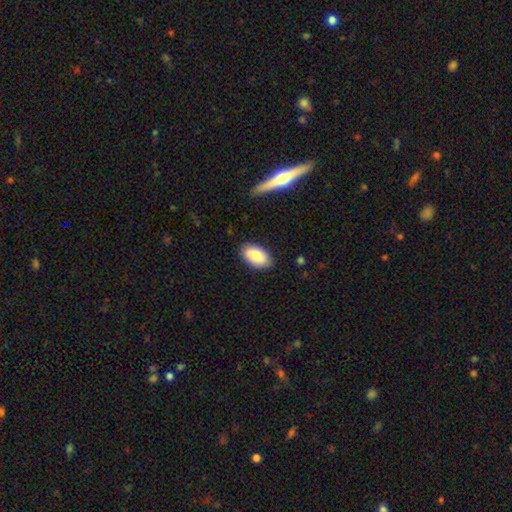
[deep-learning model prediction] A smooth galaxy with no disk features (80%) that is in between round and cigar-shaped (94%). Merging: none (83%).